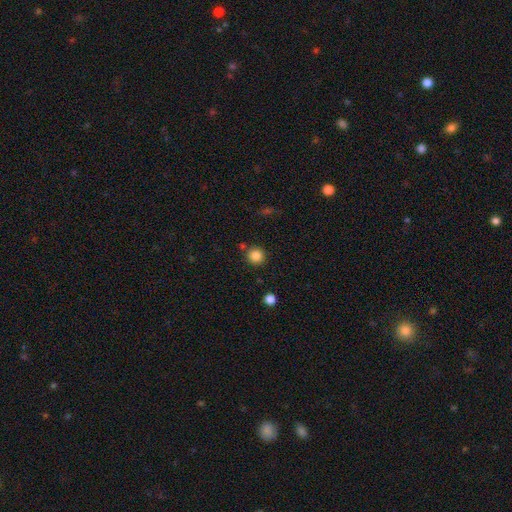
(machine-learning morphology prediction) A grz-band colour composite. It shows a smooth galaxy with no disk features (85%) that is round (92%). Merging: none (84%).